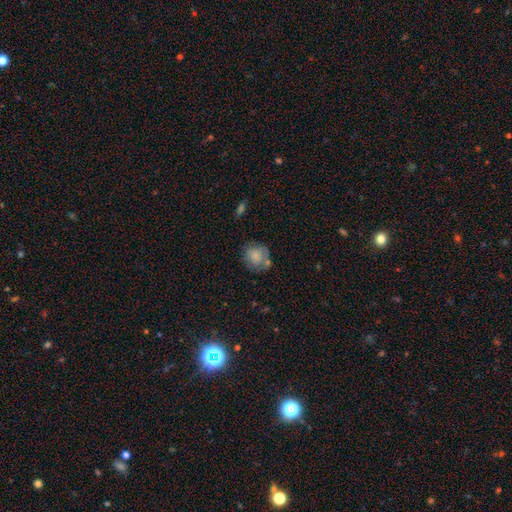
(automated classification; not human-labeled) smooth 76%, featured or disk 16%, star or artifact 8%. Down the decision tree: how rounded — round (78%); merging — none (55%).